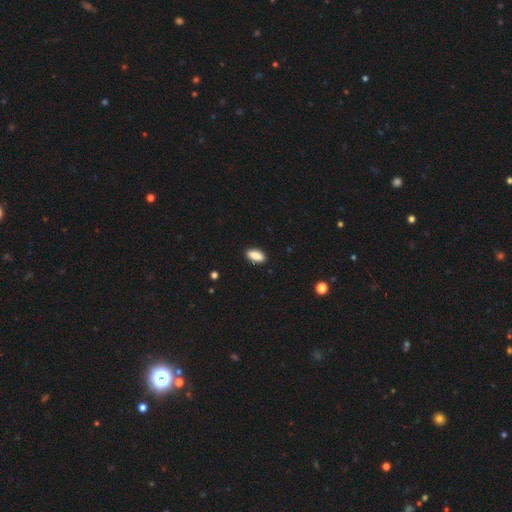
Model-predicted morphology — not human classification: smooth-or-featured: smooth: 89% | star or artifact: 7% | featured or disk: 5%
  how-rounded: in between: 88% | cigar-shaped: 9% | round: 3%
  merging: none: 90% | minor disturbance: 8% | major disturbance: 2% | merger: 1%